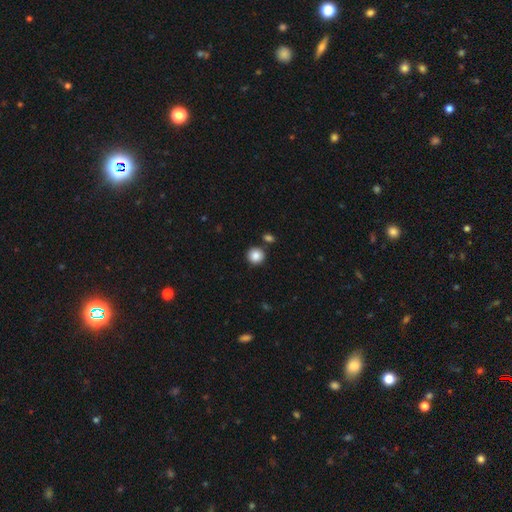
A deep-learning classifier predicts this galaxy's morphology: Smooth or featured: smooth — 87% (star or artifact — 9%)
How rounded: round — 93% (in between — 6%)
Merging: none — 84% (minor disturbance — 7%)